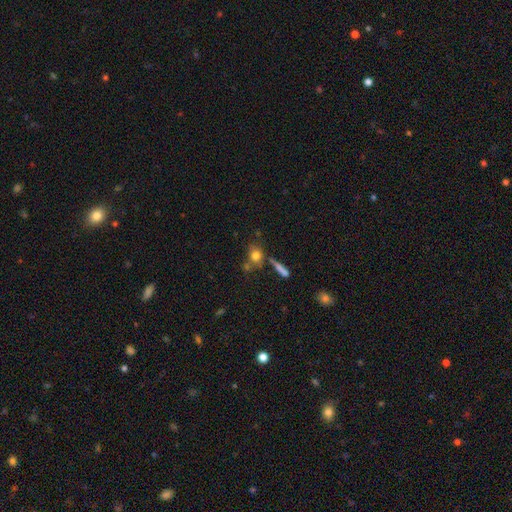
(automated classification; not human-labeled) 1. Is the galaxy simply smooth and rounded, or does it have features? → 77% smooth, 12% featured or disk, 11% star or artifact.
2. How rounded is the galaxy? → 62% round, 32% in between, 6% cigar-shaped.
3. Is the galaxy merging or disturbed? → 58% none, 20% merger, 15% minor disturbance, 7% major disturbance.